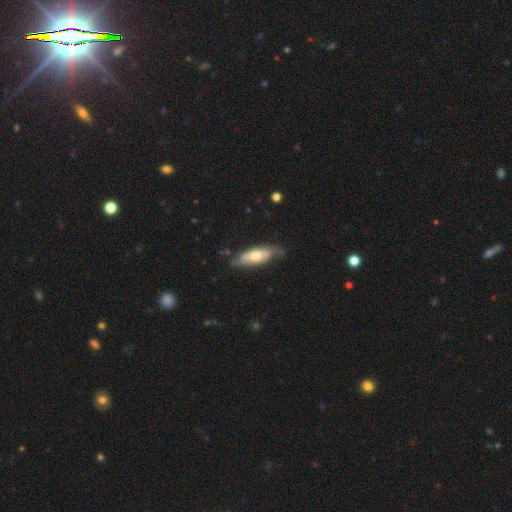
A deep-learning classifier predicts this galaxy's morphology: type=smooth (49%); merging=none (65%).